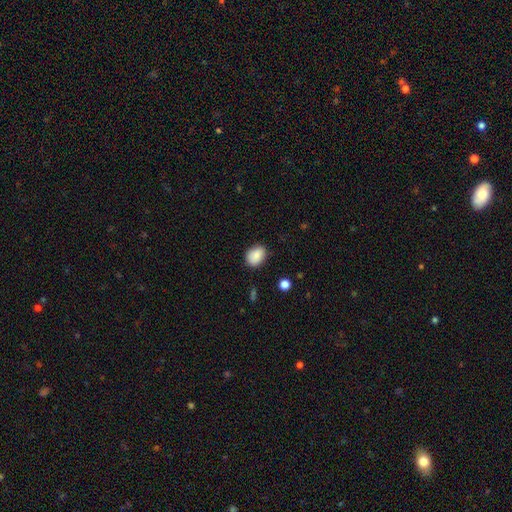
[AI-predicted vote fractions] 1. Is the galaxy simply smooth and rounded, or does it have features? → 87% smooth, 8% star or artifact, 5% featured or disk.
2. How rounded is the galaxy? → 64% in between, 35% round, 1% cigar-shaped.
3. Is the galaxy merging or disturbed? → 82% none, 14% minor disturbance, 3% major disturbance, 1% merger.